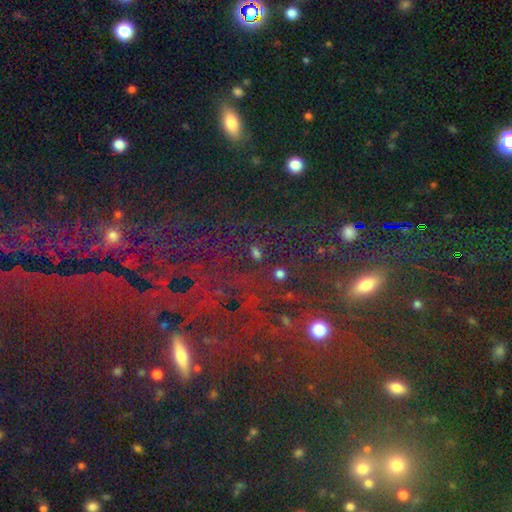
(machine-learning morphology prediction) Smooth or featured? star or artifact (52%)